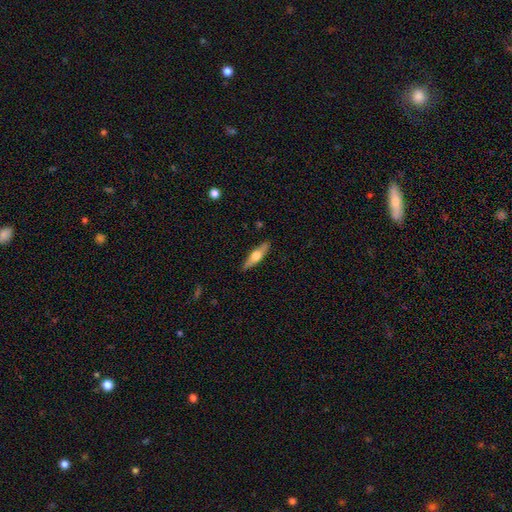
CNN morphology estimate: A featured or disk galaxy (51%) viewed edge-on (91%). Merging: none (89%).